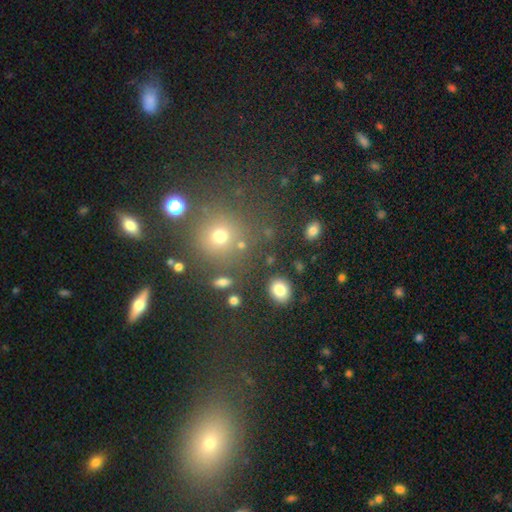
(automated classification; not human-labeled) Smooth or featured?
  - smooth: 52% *
  - star or artifact: 38%
  - featured or disk: 10%
How rounded?
  - round: 85% *
  - in between: 14%
  - cigar-shaped: 1%
Merging?
  - none: 75% *
  - merger: 10%
  - minor disturbance: 10%
  - major disturbance: 5%